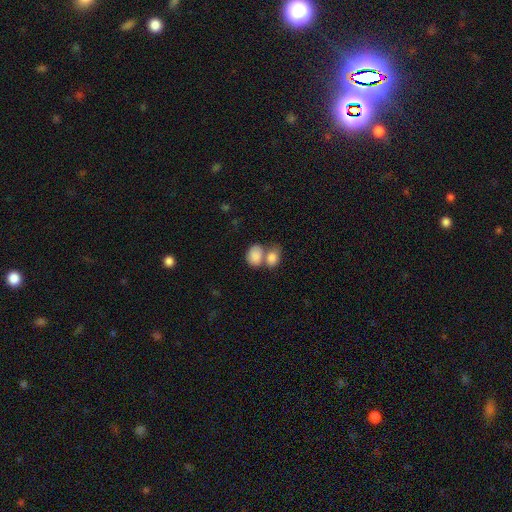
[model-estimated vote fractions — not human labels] Q: Smooth or featured?
A: smooth (84%); runner-up: featured or disk (9%)
Q: How rounded?
A: in between (74%); runner-up: round (25%)
Q: Merging?
A: merger (60%); runner-up: none (27%)